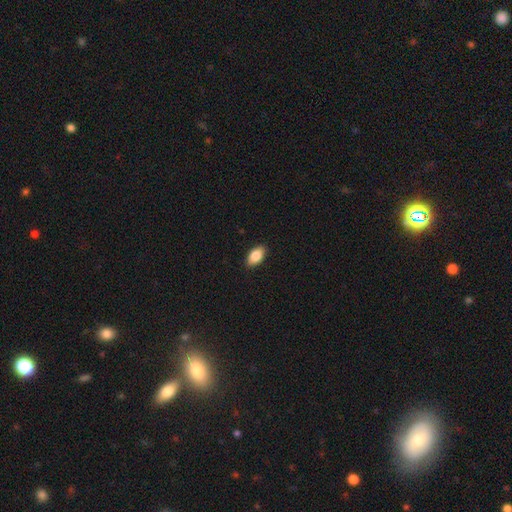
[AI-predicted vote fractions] smooth-or-featured: smooth: 87% | star or artifact: 7% | featured or disk: 6%
  how-rounded: in between: 93% | round: 5% | cigar-shaped: 3%
  merging: none: 90% | minor disturbance: 8% | major disturbance: 2% | merger: 1%